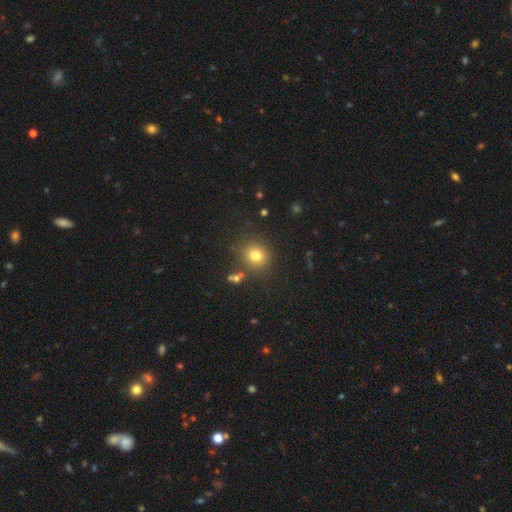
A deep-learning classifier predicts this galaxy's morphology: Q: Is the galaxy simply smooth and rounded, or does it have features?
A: smooth — 78%.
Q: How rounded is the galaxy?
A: round — 87%.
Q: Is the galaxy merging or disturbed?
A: none — 83%.